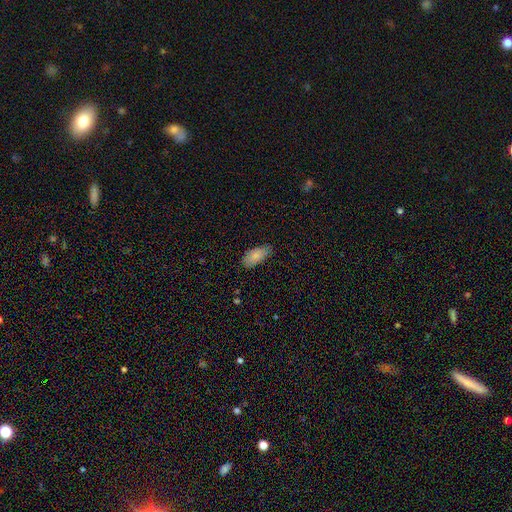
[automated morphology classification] Smooth or featured?
  - smooth: 84% *
  - featured or disk: 9%
  - star or artifact: 7%
How rounded?
  - in between: 92% *
  - cigar-shaped: 6%
  - round: 2%
Merging?
  - none: 74% *
  - minor disturbance: 22%
  - major disturbance: 3%
  - merger: 1%